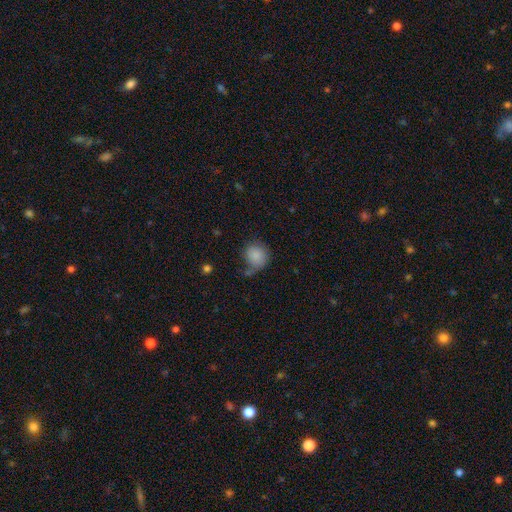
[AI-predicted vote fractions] smooth 86%, star or artifact 8%, featured or disk 6%. Down the decision tree: how rounded — round (86%); merging — none (62%).